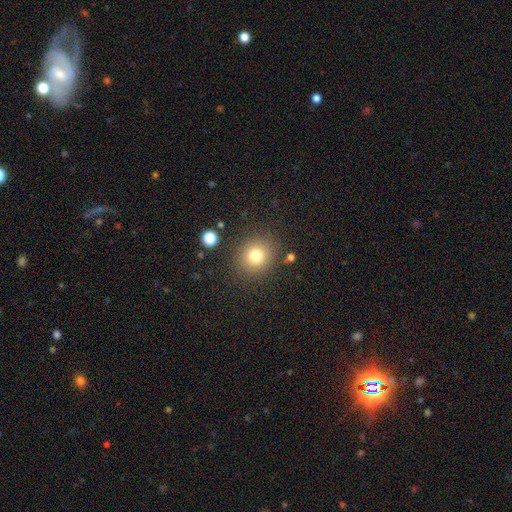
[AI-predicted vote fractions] smooth-or-featured: smooth: 78% | star or artifact: 13% | featured or disk: 9%
  how-rounded: round: 79% | in between: 20% | cigar-shaped: 1%
  merging: none: 84% | minor disturbance: 9% | major disturbance: 4% | merger: 3%